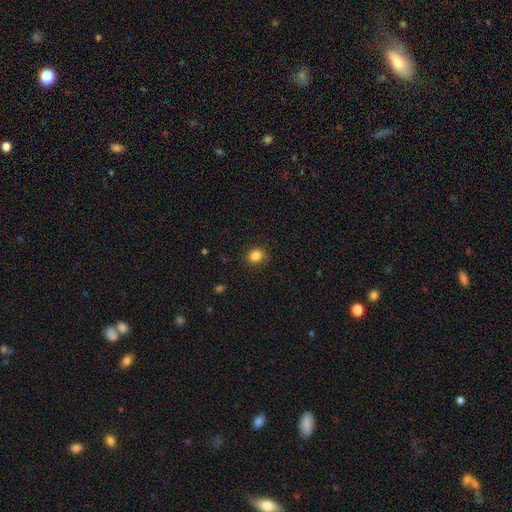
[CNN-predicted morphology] smooth_or_featured: smooth (p=0.85) [alt: star or artifact p=0.11]
how_rounded: round (p=0.69) [alt: in between p=0.30]
merging: none (p=0.85) [alt: minor disturbance p=0.11]